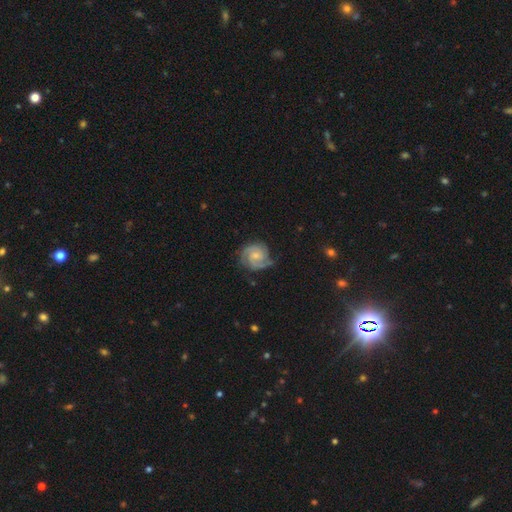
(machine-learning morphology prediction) Smooth or featured?
  - featured or disk: 85% *
  - smooth: 10%
  - star or artifact: 5%
Edge-on disk?
  - no: 98% *
  - yes: 2%
Bar?
  - no: 62% *
  - weak: 33%
  - strong: 5%
Spiral arms?
  - yes: 97% *
  - no: 3%
Spiral winding?
  - tight: 59% *
  - medium: 34%
  - loose: 7%
Spiral arm count?
  - 2: 63% *
  - 3: 18%
  - can't tell: 9%
  - 1: 4%
  - 4: 3%
  - more than 4: 3%
Bulge size?
  - small: 57% *
  - moderate: 33%
  - none: 7%
  - large: 2%
  - dominant: 1%
Merging?
  - none: 72% *
  - minor disturbance: 20%
  - major disturbance: 7%
  - merger: 2%